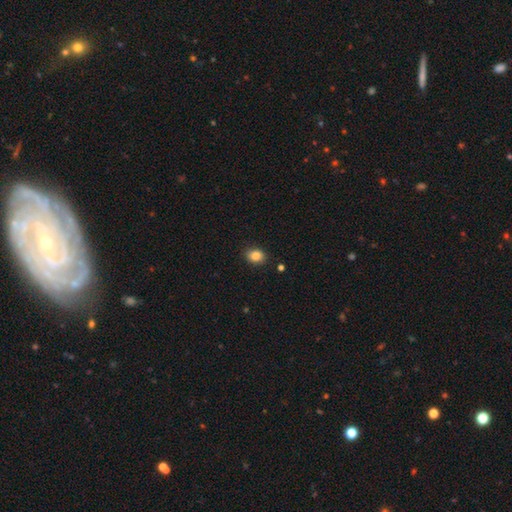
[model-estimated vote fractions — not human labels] Q: Smooth or featured?
A: smooth (83%); runner-up: star or artifact (10%)
Q: How rounded?
A: in between (56%); runner-up: round (43%)
Q: Merging?
A: none (88%); runner-up: minor disturbance (8%)